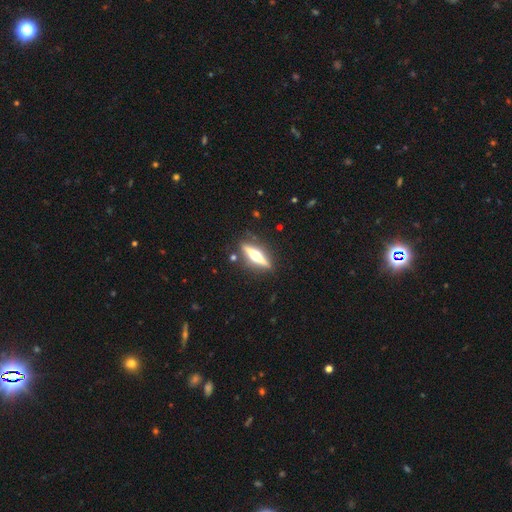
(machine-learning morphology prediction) featured or disk 75%, smooth 20%, star or artifact 5%. Down the decision tree: edge-on disk — yes (97%); edge-on bulge — rounded (96%); merging — none (87%).